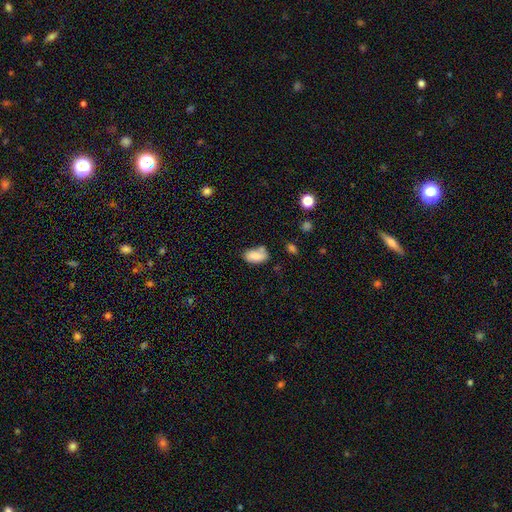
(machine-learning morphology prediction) This is clearly a smooth galaxy (83%). How rounded: clearly in between (92%). Merging: possibly none (58%).